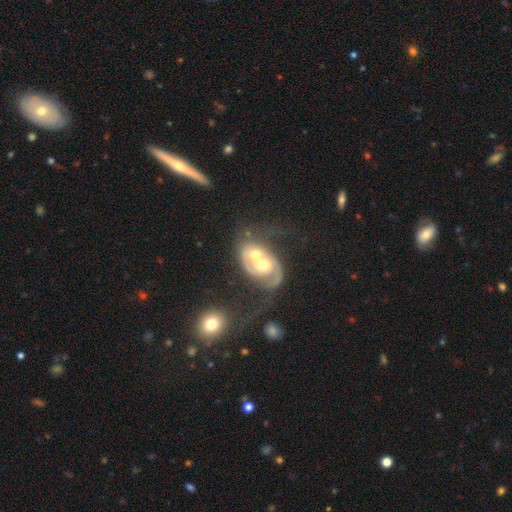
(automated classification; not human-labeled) Smooth or featured? featured or disk (71%)
Edge-on disk? no (97%)
Bar? no (76%)
Spiral arms? yes (71%)
Bulge size? moderate (68%)
Merging? merger (72%)